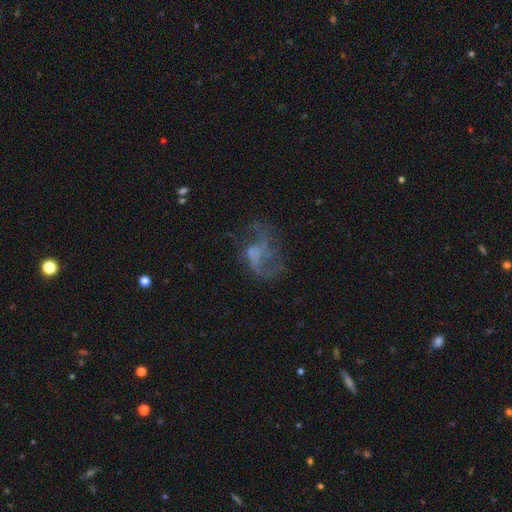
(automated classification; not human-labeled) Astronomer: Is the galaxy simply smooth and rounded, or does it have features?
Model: featured or disk — 66%.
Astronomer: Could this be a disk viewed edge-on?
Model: no — 97%.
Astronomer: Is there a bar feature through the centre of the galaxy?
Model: no — 72%.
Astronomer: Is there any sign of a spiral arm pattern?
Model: yes — 68%.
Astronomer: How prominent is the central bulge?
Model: none — 57%.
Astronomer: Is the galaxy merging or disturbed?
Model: none — 42% (runner-up: major disturbance, 38%).